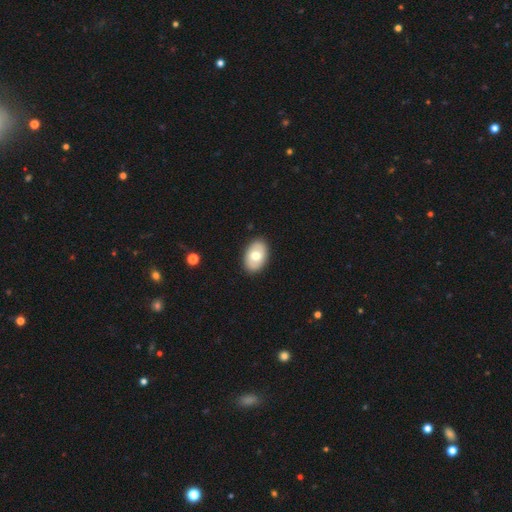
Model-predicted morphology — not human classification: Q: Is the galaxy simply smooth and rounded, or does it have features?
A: smooth — 69%.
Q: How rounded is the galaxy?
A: in between — 88%.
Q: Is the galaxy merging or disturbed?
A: none — 89%.